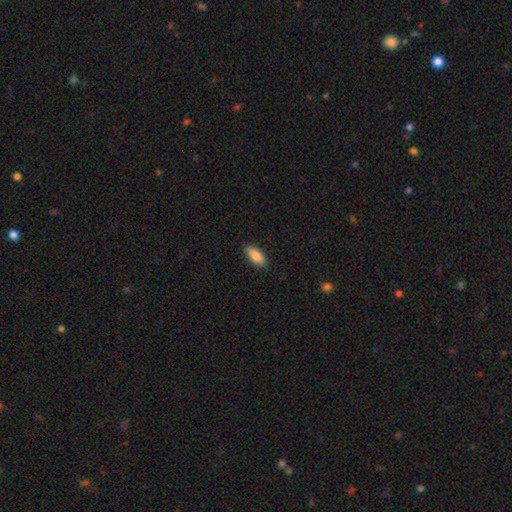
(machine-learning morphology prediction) A smooth galaxy with no disk features (86%) that is in between round and cigar-shaped (80%). Merging: none (87%).